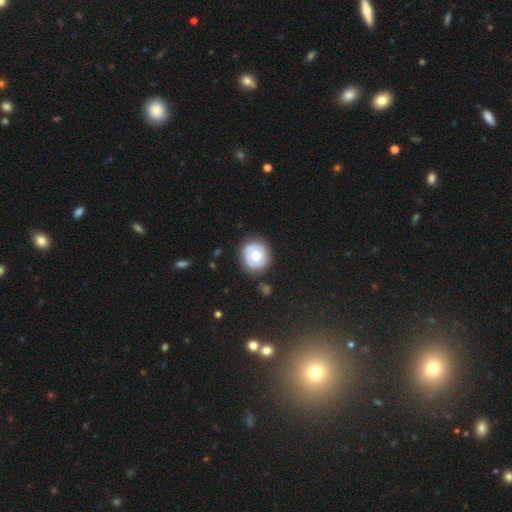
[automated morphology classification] Smooth or featured? Predicted: smooth (p=0.50). Merging? Predicted: none (p=0.77).